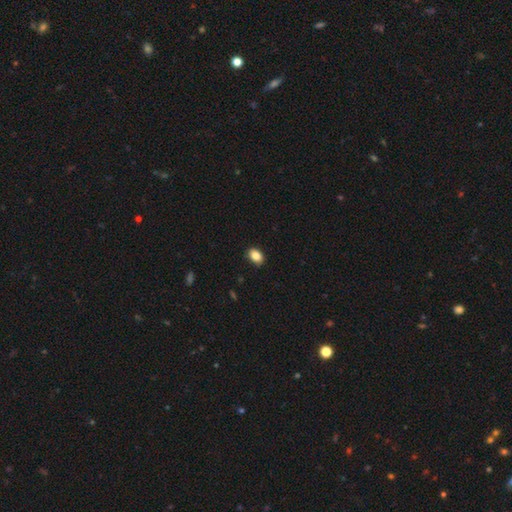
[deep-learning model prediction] Smooth or featured?
  - smooth: 87% *
  - star or artifact: 8%
  - featured or disk: 5%
How rounded?
  - in between: 83% *
  - round: 15%
  - cigar-shaped: 1%
Merging?
  - none: 88% *
  - minor disturbance: 10%
  - major disturbance: 2%
  - merger: 1%